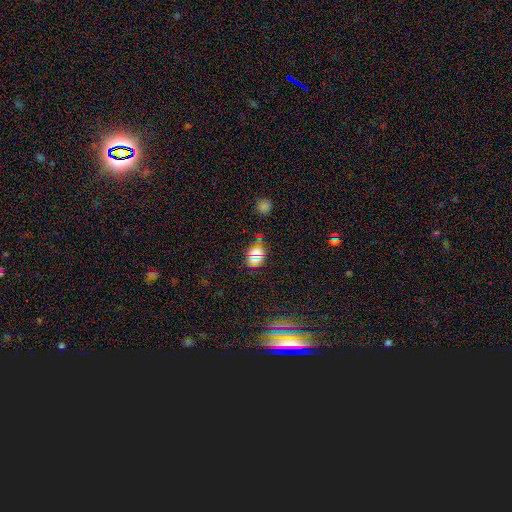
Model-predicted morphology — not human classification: smooth-or-featured: smooth: 64% | star or artifact: 27% | featured or disk: 9%
  how-rounded: in between: 62% | round: 35% | cigar-shaped: 3%
  merging: none: 83% | minor disturbance: 11% | major disturbance: 3% | merger: 2%